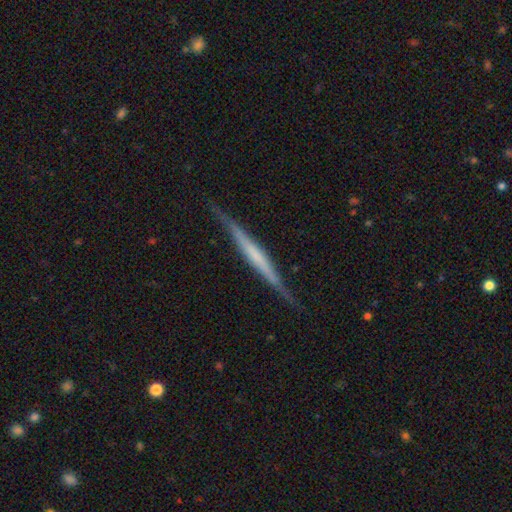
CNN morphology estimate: smooth_or_featured: featured or disk (p=0.70) [alt: smooth p=0.25]
disk_edge_on: yes (p=0.97) [alt: no p=0.03]
edge_on_bulge: none (p=0.61) [alt: rounded p=0.21]
merging: none (p=0.86) [alt: minor disturbance p=0.11]